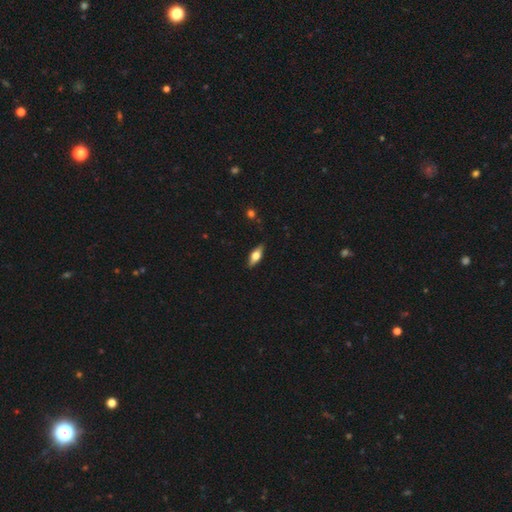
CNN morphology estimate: This is possibly a smooth galaxy (51%). How rounded: likely in between (67%). Merging: clearly none (87%).